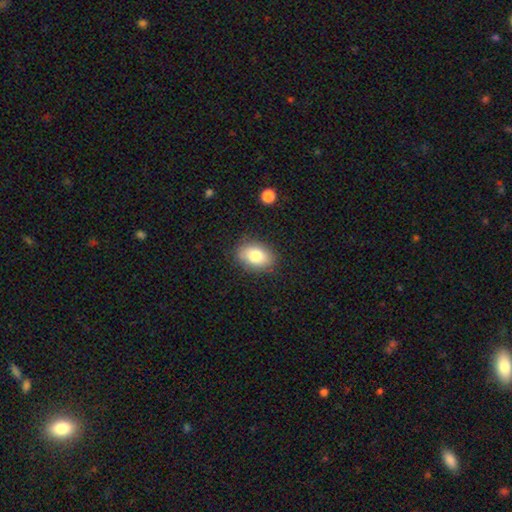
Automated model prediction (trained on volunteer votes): smooth_or_featured: smooth (p=0.81) [alt: featured or disk p=0.10]
how_rounded: in between (p=0.82) [alt: round p=0.17]
merging: none (p=0.84) [alt: minor disturbance p=0.12]